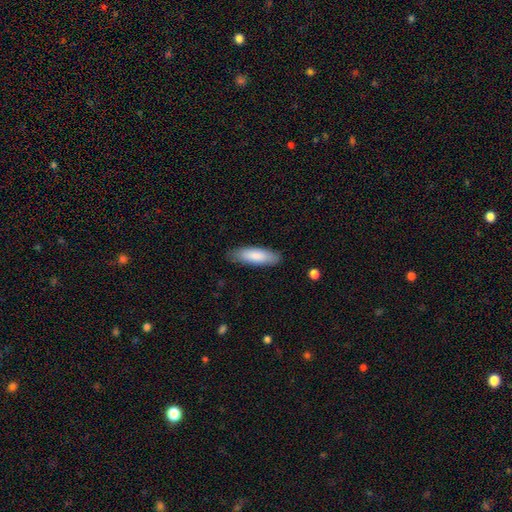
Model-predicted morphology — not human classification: A smooth galaxy with no disk features (84%) that is in between round and cigar-shaped (53%). Merging: none (82%).